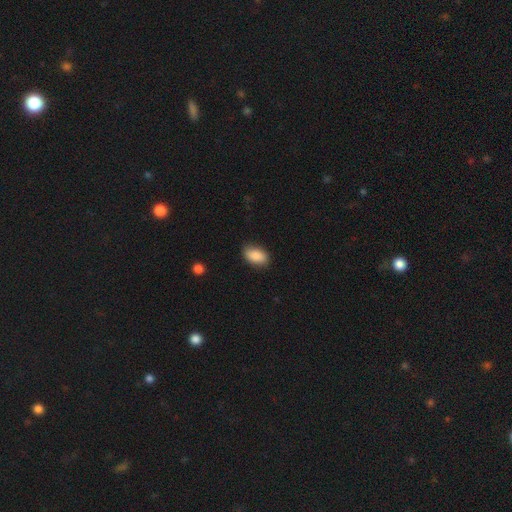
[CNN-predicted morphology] smooth 88%, star or artifact 7%, featured or disk 5%. Down the decision tree: how rounded — in between (92%); merging — none (85%).